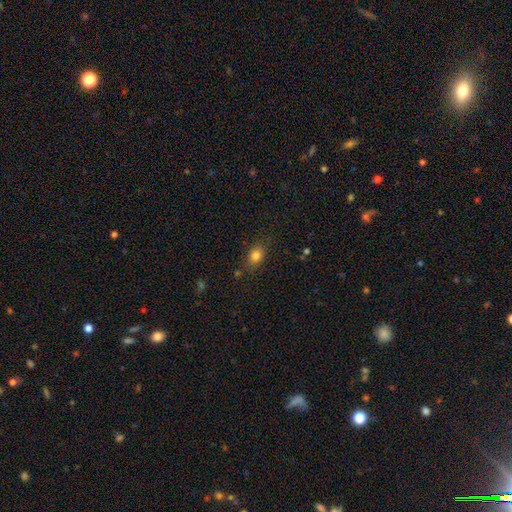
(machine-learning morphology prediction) Smooth or featured? Predicted: smooth (p=0.81). How rounded? Predicted: in between (p=0.64). Merging? Predicted: none (p=0.77).